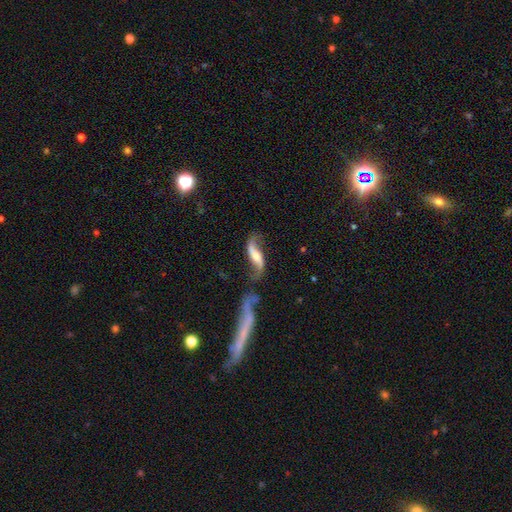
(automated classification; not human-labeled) Smooth or featured? featured or disk (78%)
Edge-on disk? no (88%)
Bar? no (40%)
Spiral arms? yes (91%)
Spiral winding? loose (89%)
Spiral arm count? 2 (91%)
Bulge size? moderate (34%)
Merging? none (49%)